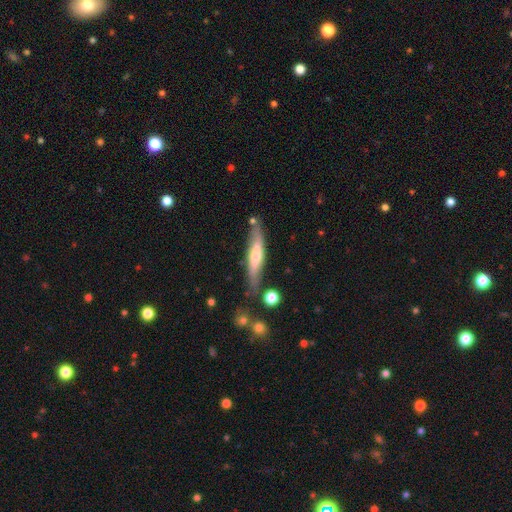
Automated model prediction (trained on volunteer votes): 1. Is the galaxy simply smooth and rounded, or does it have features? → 49% featured or disk, 46% smooth, 6% star or artifact.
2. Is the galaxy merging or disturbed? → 74% none, 16% minor disturbance, 6% merger, 4% major disturbance.